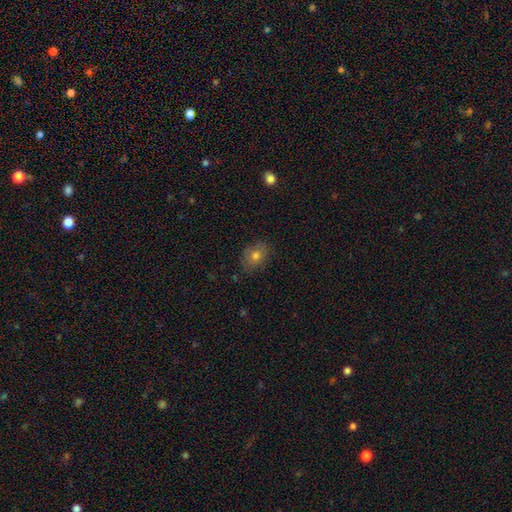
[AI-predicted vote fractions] Q: Smooth or featured?
A: smooth (73%); runner-up: featured or disk (15%)
Q: How rounded?
A: in between (63%); runner-up: round (35%)
Q: Merging?
A: none (82%); runner-up: minor disturbance (14%)